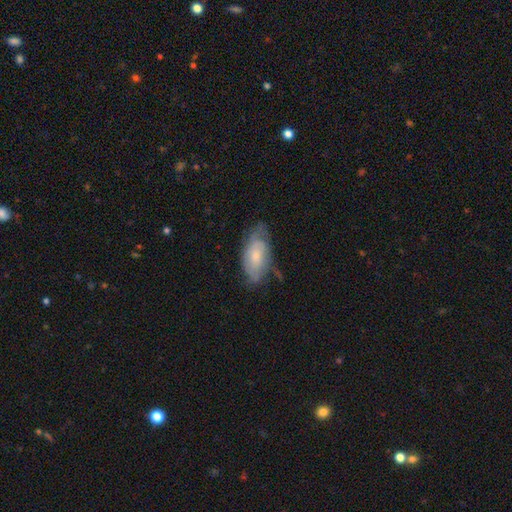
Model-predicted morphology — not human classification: A featured or disk galaxy (48%).

Vote fractions:
- Smooth or featured? featured or disk: 48% / smooth: 45% / star or artifact: 7%
- Merging? none: 54% / minor disturbance: 32% / major disturbance: 12% / merger: 2%